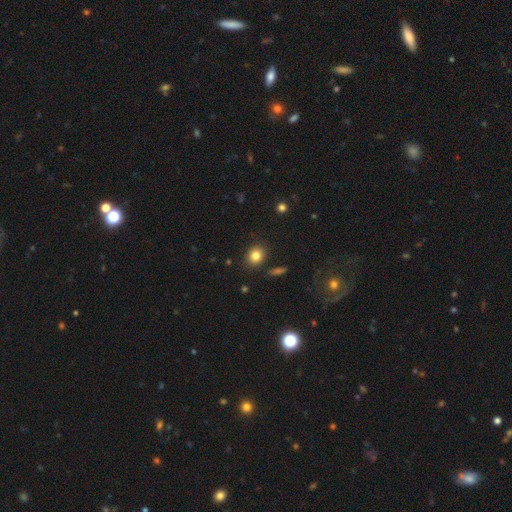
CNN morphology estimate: The model was most divided on "how rounded": round: 66%, in between: 33%, cigar-shaped: 1%. More confident: merging — none (87%); smooth or featured — smooth (83%).